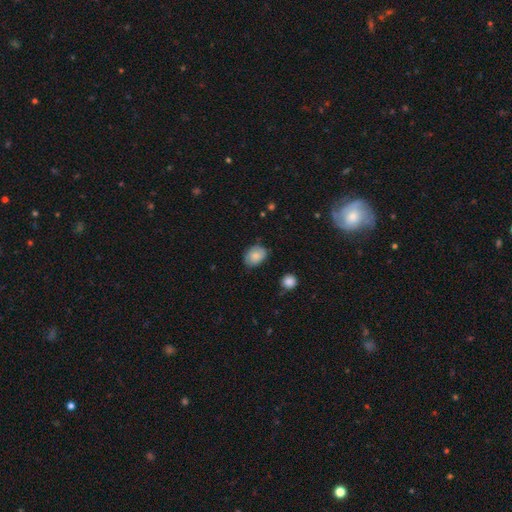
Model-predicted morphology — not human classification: type=smooth (80%); roundness=in between (64%); merging=none (73%).